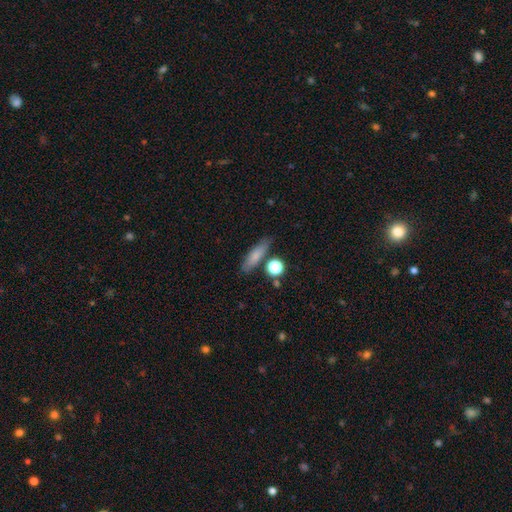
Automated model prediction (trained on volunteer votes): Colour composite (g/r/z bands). It shows a smooth galaxy with no disk features (74%) that is cigar-shaped (63%). Merging: none (77%).